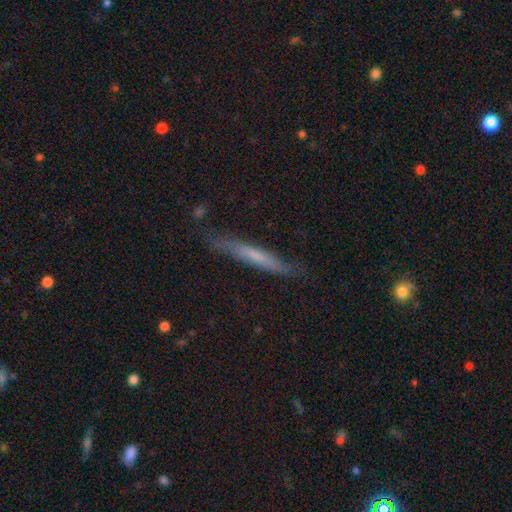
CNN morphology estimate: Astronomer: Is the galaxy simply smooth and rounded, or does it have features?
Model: smooth — 51% (runner-up: featured or disk, 43%).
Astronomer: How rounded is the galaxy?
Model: cigar-shaped — 95%.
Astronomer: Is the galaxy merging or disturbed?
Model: none — 78%.